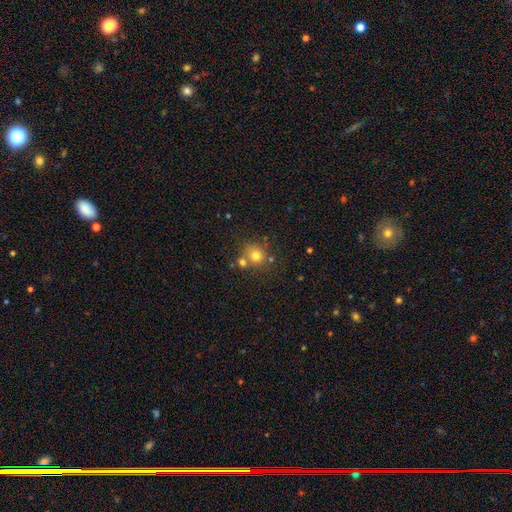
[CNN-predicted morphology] Overall: smooth (75%). How rounded: round (88%). Merging: none (65%).